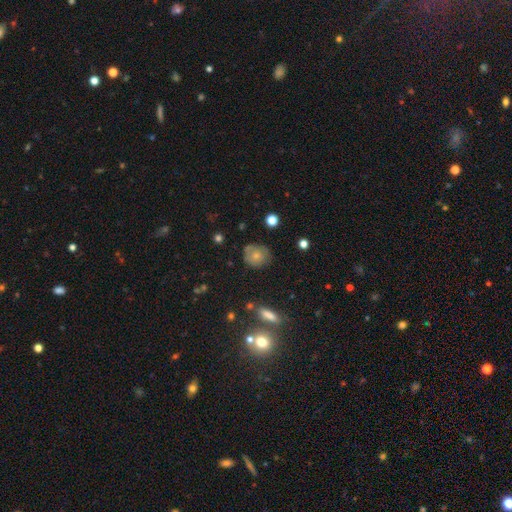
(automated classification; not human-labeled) A smooth galaxy with no disk features (70%) that is round (78%). Merging: none (71%).